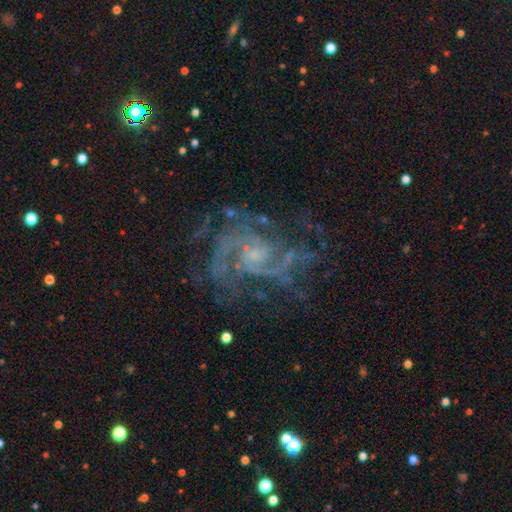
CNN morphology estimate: A featured or disk galaxy (88%) with no bar (64%), 2 (41%) medium (49%) spiral arms (96%) and a small central bulge (69%).

Vote fractions:
- Smooth or featured? featured or disk: 88% / star or artifact: 7% / smooth: 4%
- Edge-on disk? no: 98% / yes: 2%
- Bar? no: 64% / weak: 31% / strong: 6%
- Spiral arms? yes: 96% / no: 4%
- Spiral winding? medium: 49% / tight: 35% / loose: 16%
- Spiral arm count? 2: 41% / 3: 19% / can't tell: 18% / 4: 9% / 1: 6% / more than 4: 6%
- Bulge size? small: 69% / moderate: 17% / none: 11% / large: 2% / dominant: 1%
- Merging? none: 63% / major disturbance: 18% / minor disturbance: 17% / merger: 3%